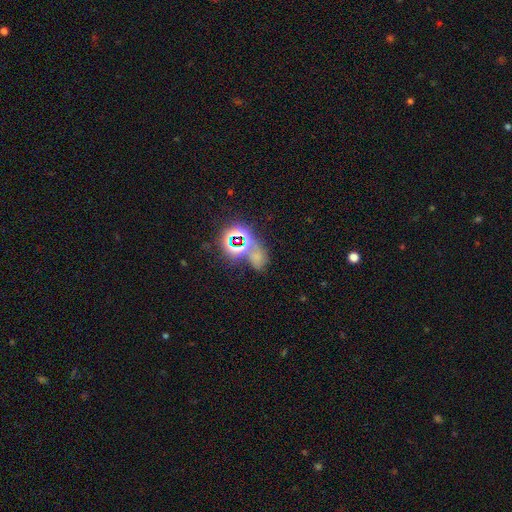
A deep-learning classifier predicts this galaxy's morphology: Overall: star or artifact (52%; smooth 37%).